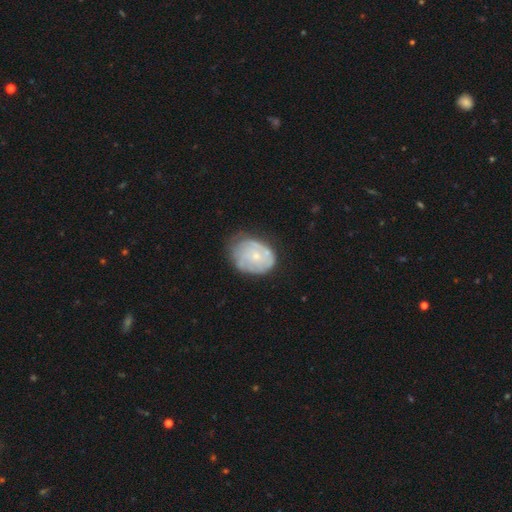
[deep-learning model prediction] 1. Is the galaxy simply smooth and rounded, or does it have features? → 53% featured or disk, 40% smooth, 7% star or artifact.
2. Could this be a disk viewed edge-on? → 97% no, 3% yes.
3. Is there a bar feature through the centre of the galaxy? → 85% no, 13% weak, 2% strong.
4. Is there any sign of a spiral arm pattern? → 57% yes, 43% no.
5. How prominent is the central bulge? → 69% small, 24% moderate, 4% none, 1% large, 1% dominant.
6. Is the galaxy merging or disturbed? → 51% none, 34% minor disturbance, 13% major disturbance, 2% merger.